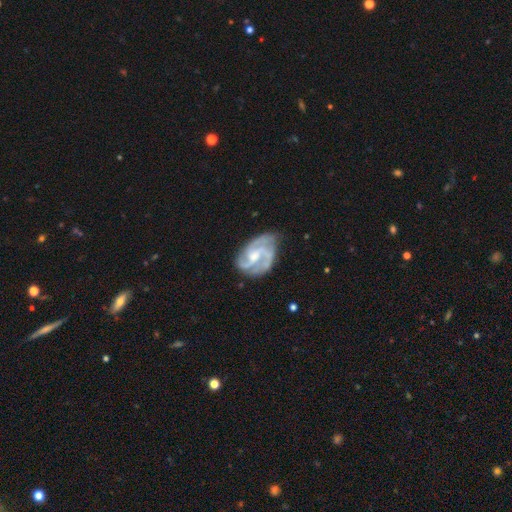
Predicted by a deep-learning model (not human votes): This is clearly a featured or disk galaxy (89%). It is clearly not viewed edge-on (98%). Bar: marginally weak (45%). Spiral arm pattern: clearly yes (97%). Spiral arm count: possibly 3 (53%). Spiral winding: possibly medium (52%). Central bulge: possibly moderate (49%). Merging: likely none (66%).